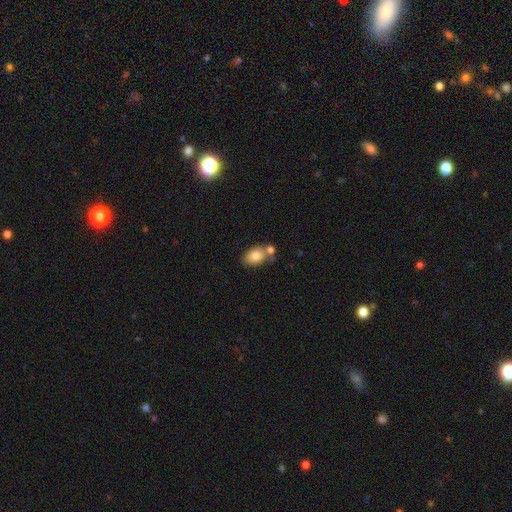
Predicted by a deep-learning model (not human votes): The model was most divided on "merging": none: 51%, merger: 30%, minor disturbance: 15%, major disturbance: 4%. More confident: how rounded — in between (84%); smooth or featured — smooth (81%).